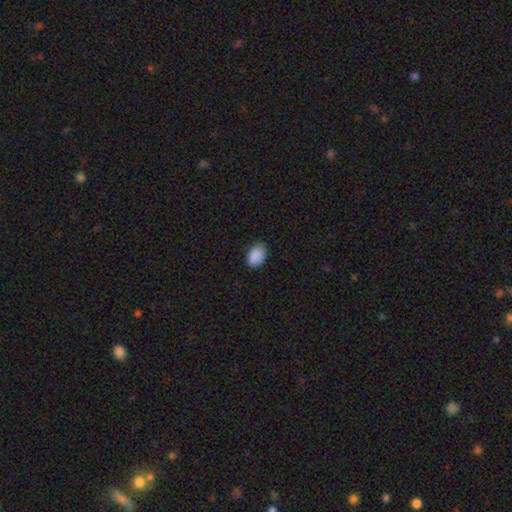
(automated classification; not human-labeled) This appears to be a smooth galaxy with no disk features (89%) that is in between round and cigar-shaped (82%). Merging: none (78%).